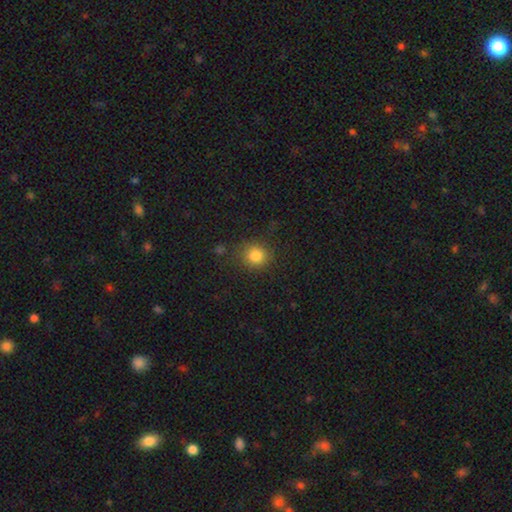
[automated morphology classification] The model was most divided on "smooth or featured": smooth: 82%, star or artifact: 13%, featured or disk: 5%. More confident: how rounded — round (86%); merging — none (83%).